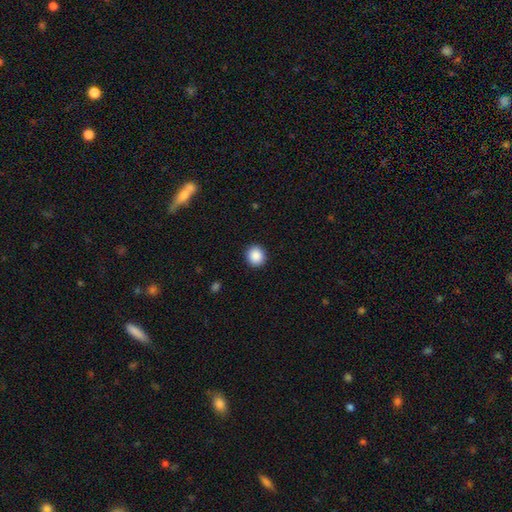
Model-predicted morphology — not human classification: The model was most divided on "how rounded": round: 89%, in between: 10%, cigar-shaped: 1%. More confident: merging — none (92%); smooth or featured — smooth (89%).